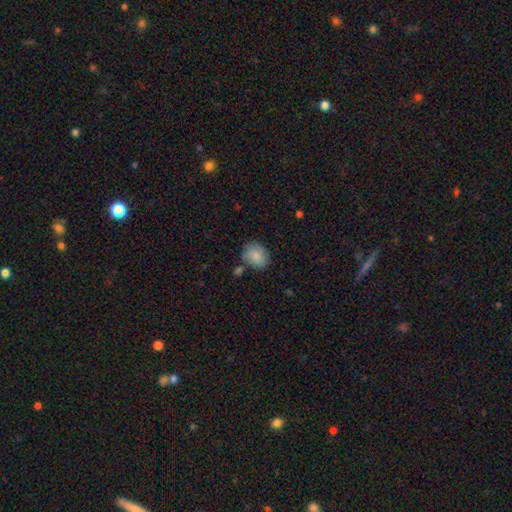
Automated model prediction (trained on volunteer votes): This is clearly a smooth galaxy (85%). How rounded: possibly in between (56%). Merging: likely none (68%).